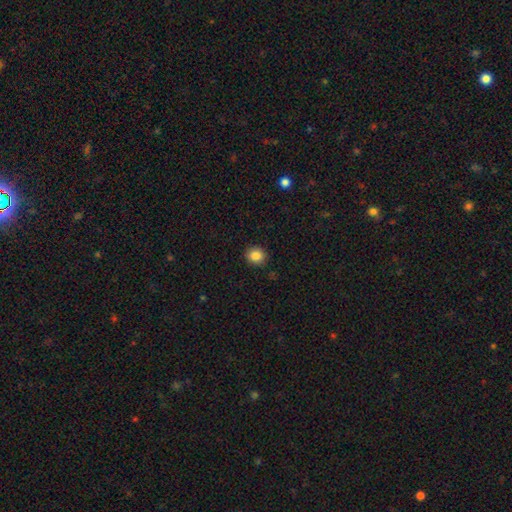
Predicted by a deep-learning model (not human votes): A smooth galaxy with no disk features (85%) that is round (79%). Merging: none (90%).